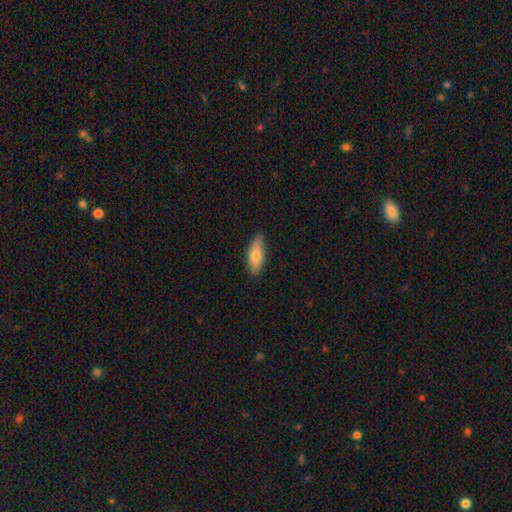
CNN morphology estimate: A smooth galaxy with no disk features (73%) that is in between round and cigar-shaped (71%). Merging: none (84%).